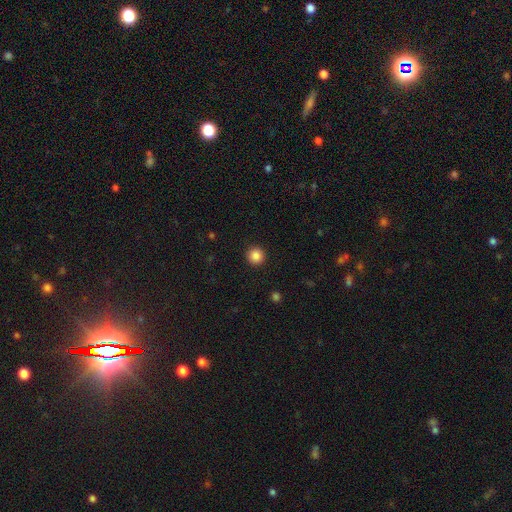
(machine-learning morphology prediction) The model was most divided on "smooth or featured": smooth: 87%, star or artifact: 10%, featured or disk: 3%. More confident: how rounded — round (95%); merging — none (93%).